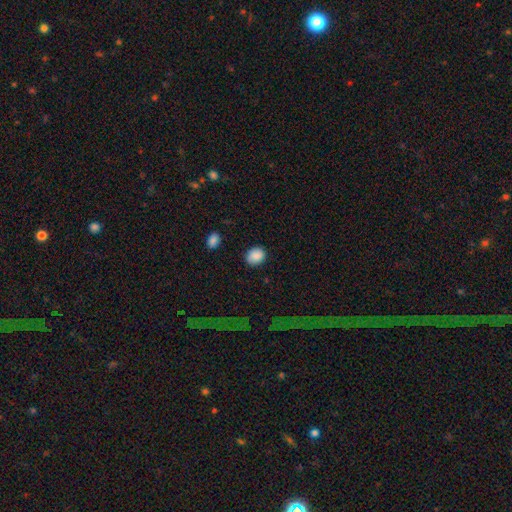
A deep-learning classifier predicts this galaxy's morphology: smooth 88%, star or artifact 8%, featured or disk 4%. Down the decision tree: how rounded — round (59%); merging — none (84%).